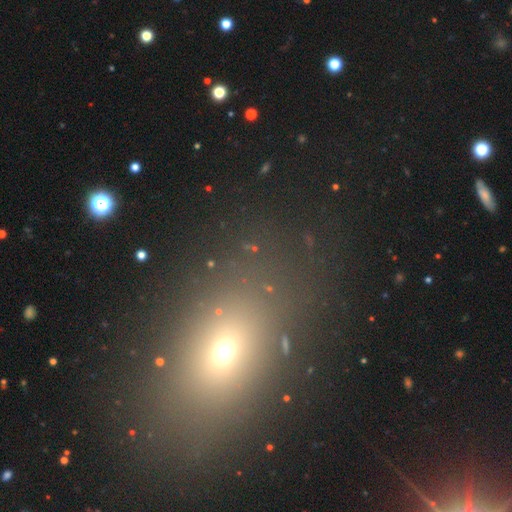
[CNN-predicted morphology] Smooth or featured? Predicted: smooth (p=0.50). How rounded? Predicted: in between (p=0.62). Merging? Predicted: none (p=0.84).